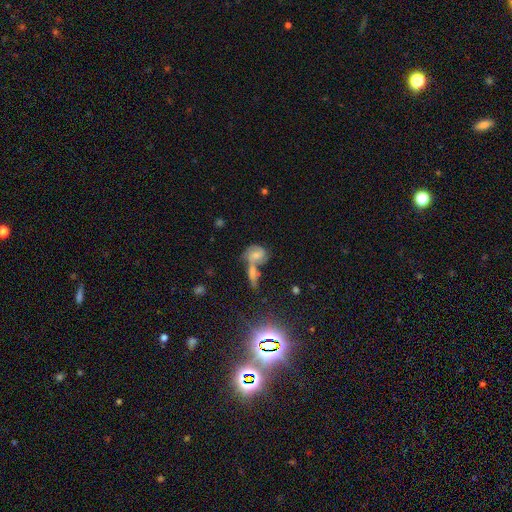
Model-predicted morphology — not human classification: Overall: featured or disk (57%; smooth 30%). Edge-on disk: no (94%). Bar: no (62%; weak 30%). Spiral arms: yes (86%). Bulge size: moderate (43%; small 35%). Merging: merger (53%; none 28%).